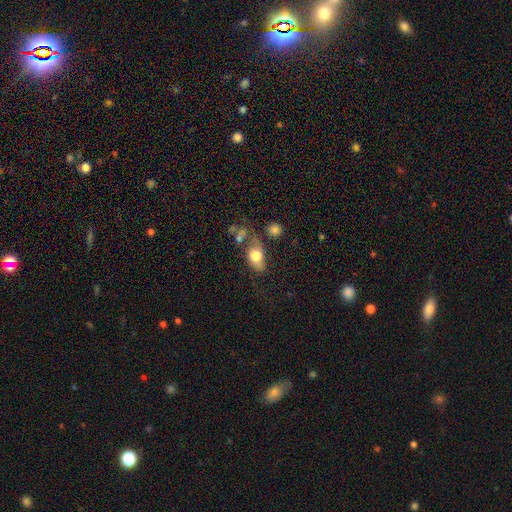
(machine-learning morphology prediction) A smooth galaxy with no disk features (66%) that is in between round and cigar-shaped (82%).

Vote fractions:
- Smooth or featured? smooth: 66% / featured or disk: 25% / star or artifact: 9%
- How rounded? in between: 82% / round: 14% / cigar-shaped: 4%
- Merging? none: 39% / minor disturbance: 26% / major disturbance: 20% / merger: 15%